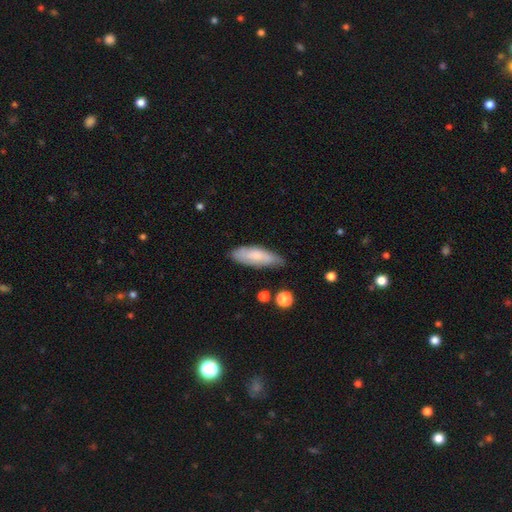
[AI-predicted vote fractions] The model was most divided on "how rounded": in between: 59%, cigar-shaped: 39%, round: 2%. More confident: smooth or featured — smooth (70%); merging — none (69%).